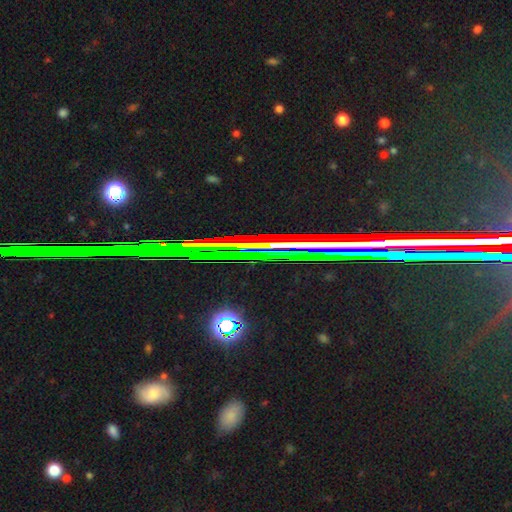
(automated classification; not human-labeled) Overall: star or artifact (77%).